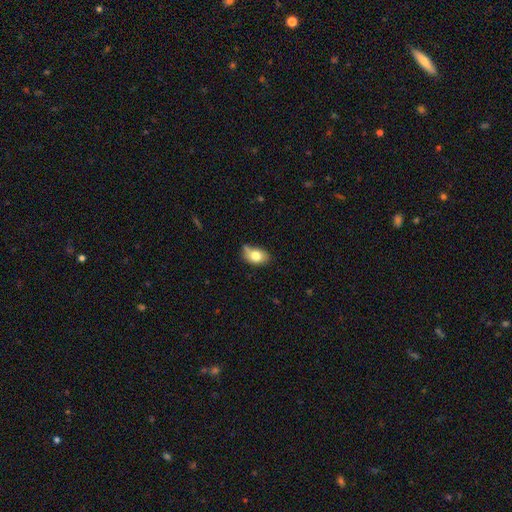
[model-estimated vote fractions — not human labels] Smooth or featured? Predicted: smooth (p=0.77). How rounded? Predicted: in between (p=0.84). Merging? Predicted: none (p=0.48).